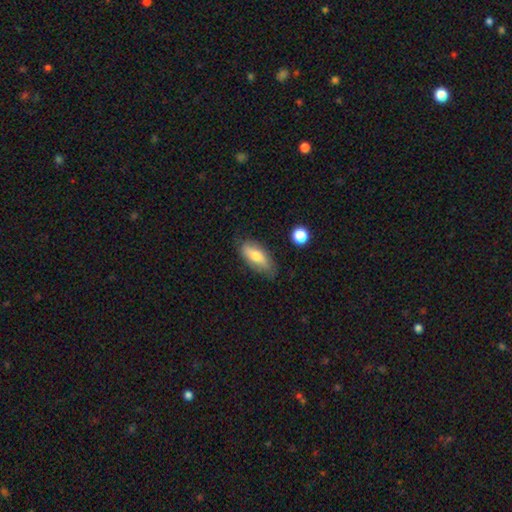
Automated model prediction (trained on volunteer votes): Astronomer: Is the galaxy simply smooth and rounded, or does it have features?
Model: smooth — 67%.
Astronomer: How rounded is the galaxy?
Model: in between — 83%.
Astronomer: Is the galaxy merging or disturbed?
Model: none — 70%.